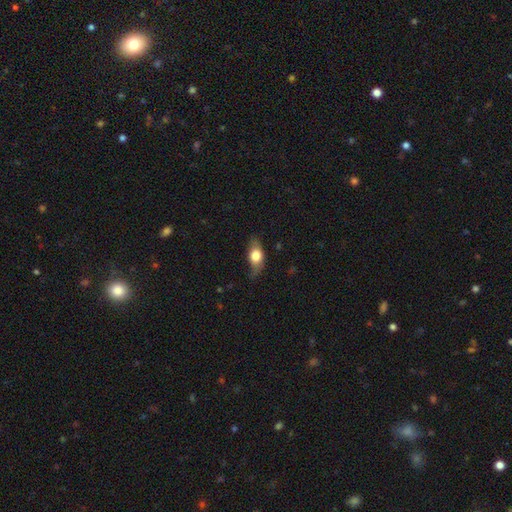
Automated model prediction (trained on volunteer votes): Smooth or featured: smooth — 67% (featured or disk — 27%)
How rounded: in between — 78% (round — 11%)
Merging: none — 64% (minor disturbance — 28%)